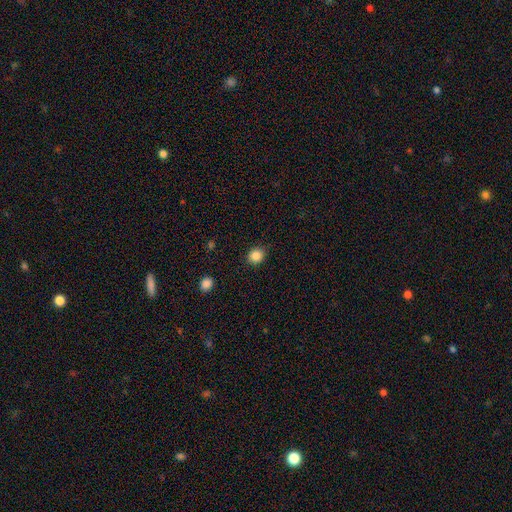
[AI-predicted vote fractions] Smooth or featured?
  - smooth: 86% *
  - star or artifact: 10%
  - featured or disk: 4%
How rounded?
  - round: 79% *
  - in between: 20%
  - cigar-shaped: 1%
Merging?
  - none: 88% *
  - minor disturbance: 9%
  - major disturbance: 2%
  - merger: 1%